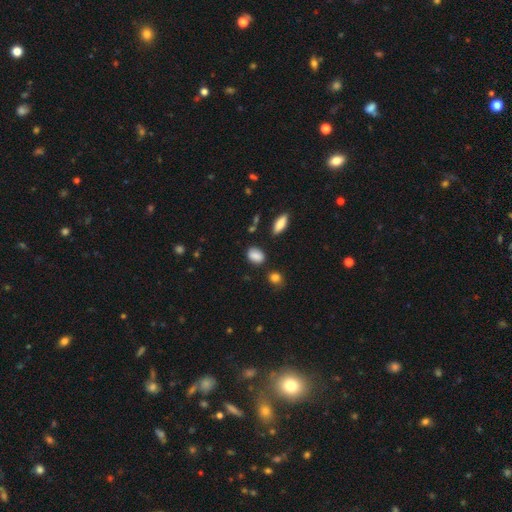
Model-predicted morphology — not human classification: A smooth galaxy with no disk features (85%) that is in between round and cigar-shaped (74%). Merging: none (77%).